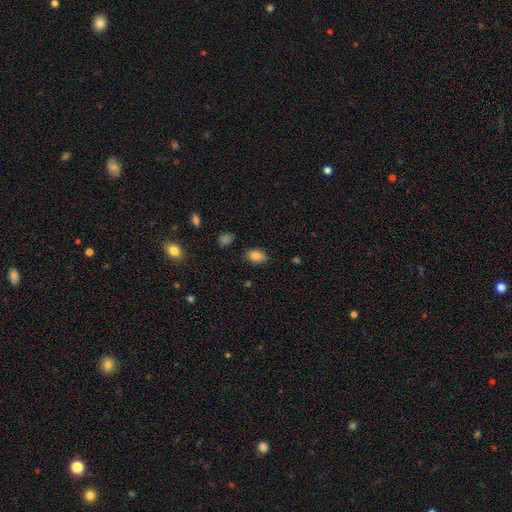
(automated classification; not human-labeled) smooth 84%, star or artifact 9%, featured or disk 7%. Down the decision tree: how rounded — in between (85%); merging — none (85%).